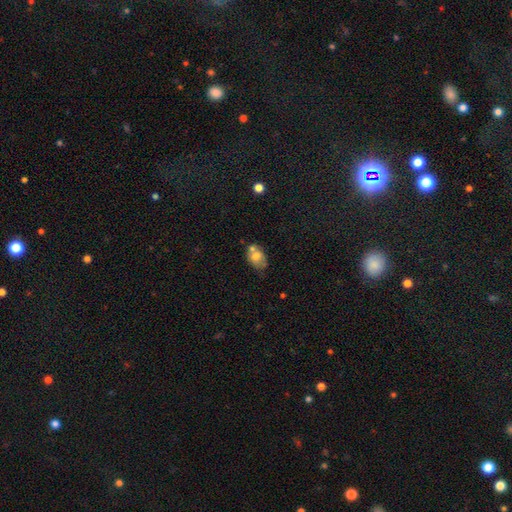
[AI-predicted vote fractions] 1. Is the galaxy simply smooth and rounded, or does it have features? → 68% smooth, 22% featured or disk, 9% star or artifact.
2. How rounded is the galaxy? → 75% in between, 23% round, 1% cigar-shaped.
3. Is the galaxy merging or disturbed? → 40% none, 33% merger, 20% minor disturbance, 7% major disturbance.